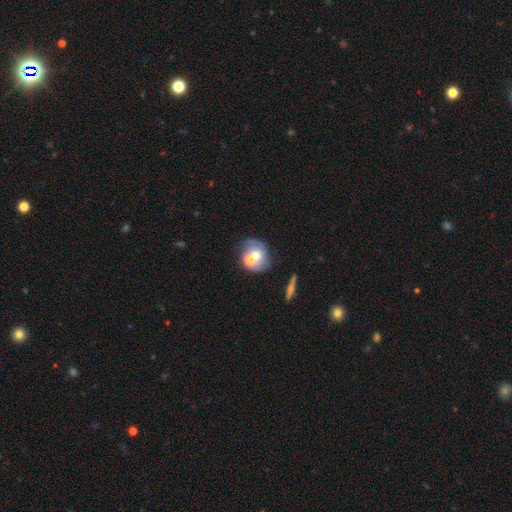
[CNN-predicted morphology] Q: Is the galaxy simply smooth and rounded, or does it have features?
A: smooth — 54%.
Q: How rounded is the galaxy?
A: round — 69%.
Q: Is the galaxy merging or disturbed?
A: merger — 45%.